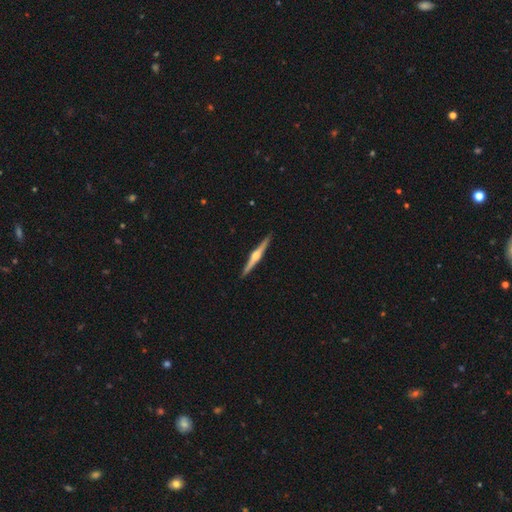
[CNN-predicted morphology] Smooth or featured: featured or disk — 81% (smooth — 15%)
Edge-on disk: yes — 99% (no — 1%)
Edge-on bulge: rounded — 93% (boxy — 4%)
Merging: none — 92% (minor disturbance — 5%)